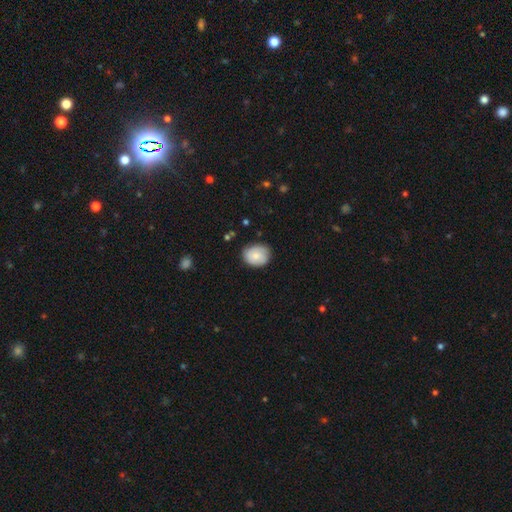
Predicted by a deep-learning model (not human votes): The model was most divided on "how rounded": round: 58%, in between: 41%, cigar-shaped: 1%. More confident: merging — none (76%); smooth or featured — smooth (67%).